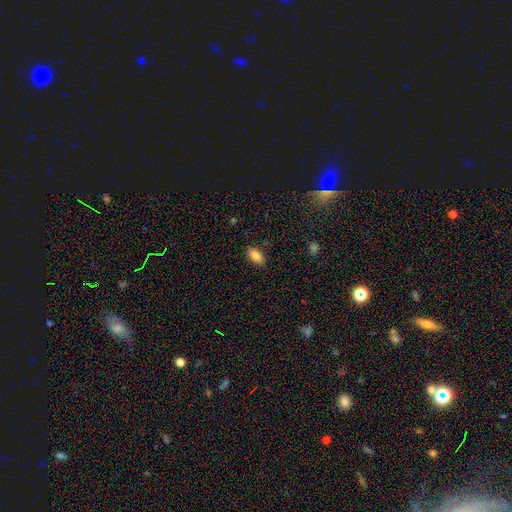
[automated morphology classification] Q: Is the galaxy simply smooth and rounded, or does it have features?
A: smooth — 87%.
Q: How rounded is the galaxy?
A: in between — 91%.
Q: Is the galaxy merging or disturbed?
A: none — 86%.